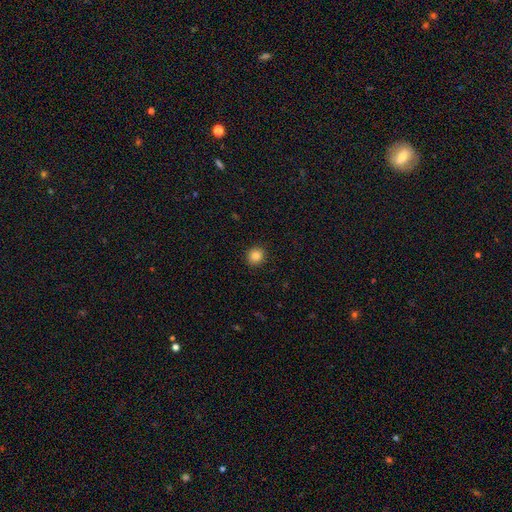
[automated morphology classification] This is clearly a smooth galaxy (85%). How rounded: clearly round (86%). Merging: clearly none (91%).